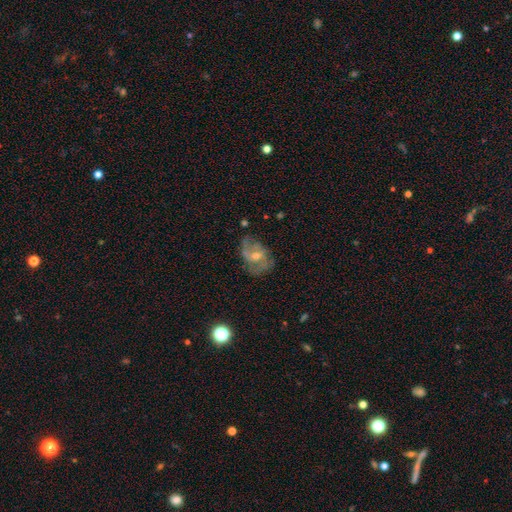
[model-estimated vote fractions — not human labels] A featured or disk galaxy (72%) with no bar (50%), 2 (49%) medium (45%) spiral arms (83%) and a moderate central bulge (49%). Merging: none (61%).